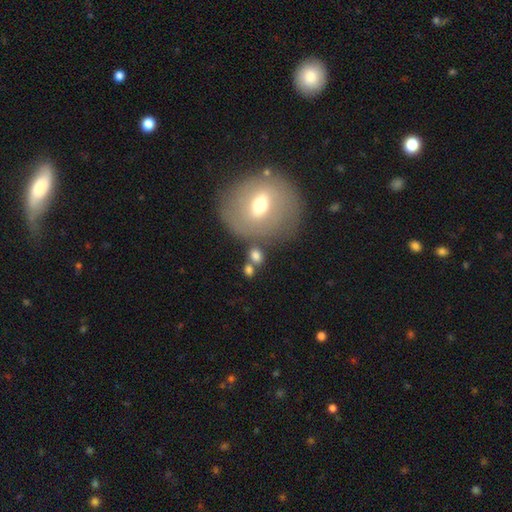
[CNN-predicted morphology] This is likely a smooth galaxy (71%). How rounded: possibly round (53%). Merging: likely none (60%).